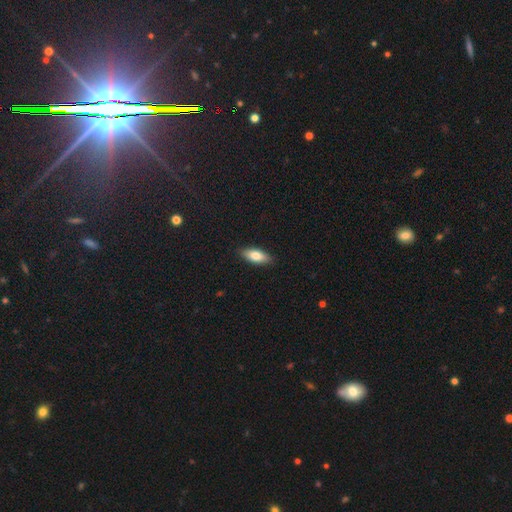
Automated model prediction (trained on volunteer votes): Q: Smooth or featured?
A: smooth (78%); runner-up: featured or disk (16%)
Q: How rounded?
A: in between (77%); runner-up: cigar-shaped (21%)
Q: Merging?
A: none (88%); runner-up: minor disturbance (9%)